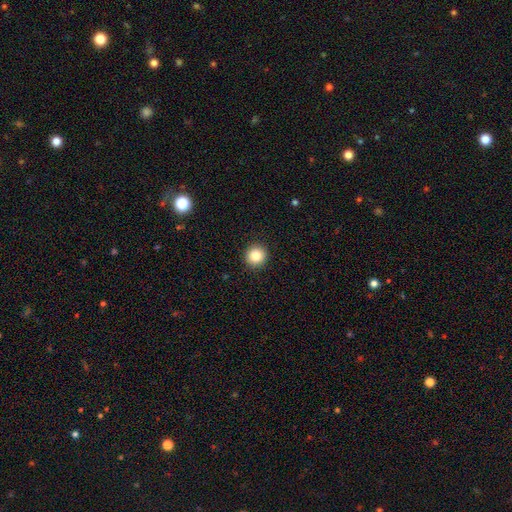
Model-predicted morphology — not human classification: The model was most divided on "smooth or featured": smooth: 84%, star or artifact: 10%, featured or disk: 6%. More confident: how rounded — round (94%); merging — none (93%).